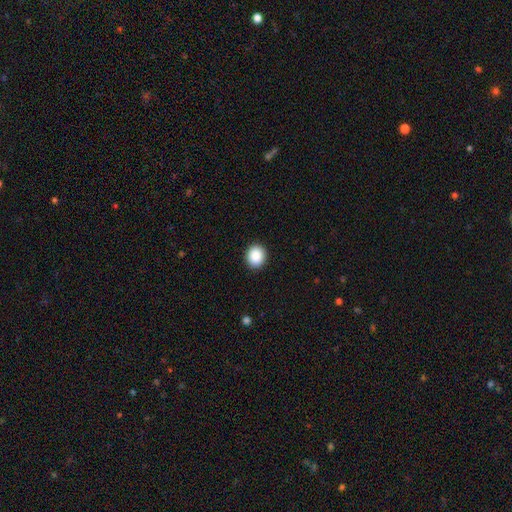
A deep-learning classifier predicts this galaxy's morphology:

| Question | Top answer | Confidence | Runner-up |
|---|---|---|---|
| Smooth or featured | smooth | 89% | star or artifact (8%) |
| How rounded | round | 72% | in between (27%) |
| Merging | none | 91% | minor disturbance (6%) |